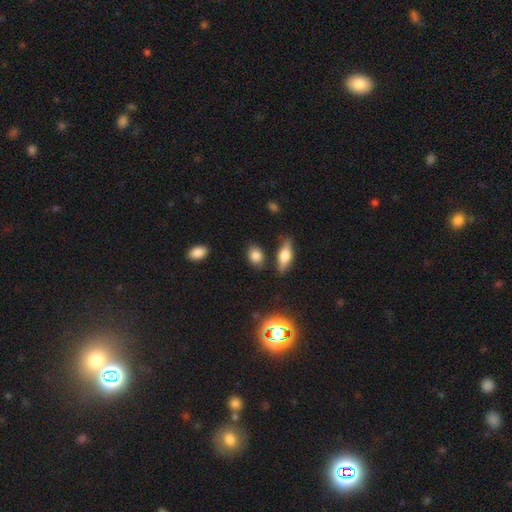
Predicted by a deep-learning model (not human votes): Smooth or featured? smooth (81%)
How rounded? in between (64%)
Merging? none (79%)